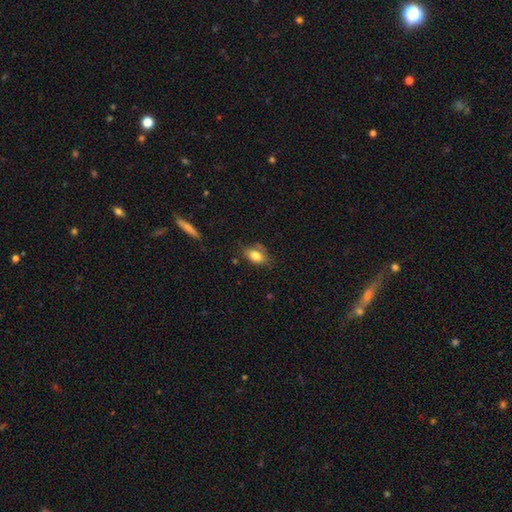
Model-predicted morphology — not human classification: smooth 80%, featured or disk 12%, star or artifact 8%. Down the decision tree: how rounded — in between (86%); merging — none (66%).